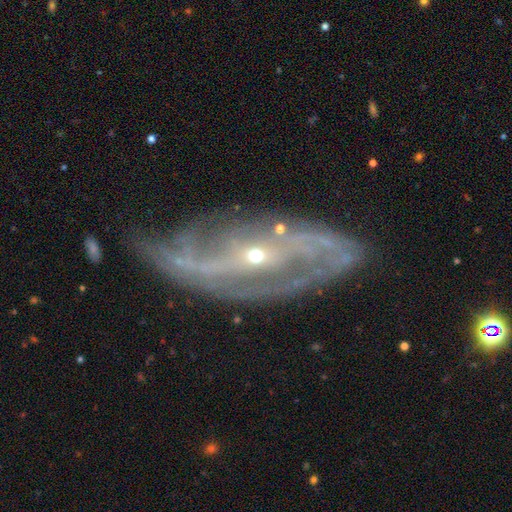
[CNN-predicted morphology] Overall: featured or disk (88%). Edge-on disk: no (90%). Bar: no (41%; weak 30%). Spiral arms: yes (93%). Spiral arm count: 2 (65%). Spiral winding: medium (41%; loose 33%). Bulge size: small (77%). Merging: none (59%; minor disturbance 24%).